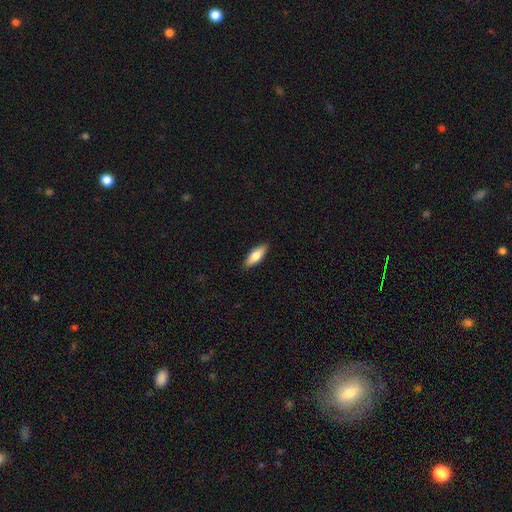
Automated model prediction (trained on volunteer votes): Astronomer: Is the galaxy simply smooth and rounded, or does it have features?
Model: smooth — 77%.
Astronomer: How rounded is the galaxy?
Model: in between — 68%.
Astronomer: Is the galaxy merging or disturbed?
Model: none — 89%.